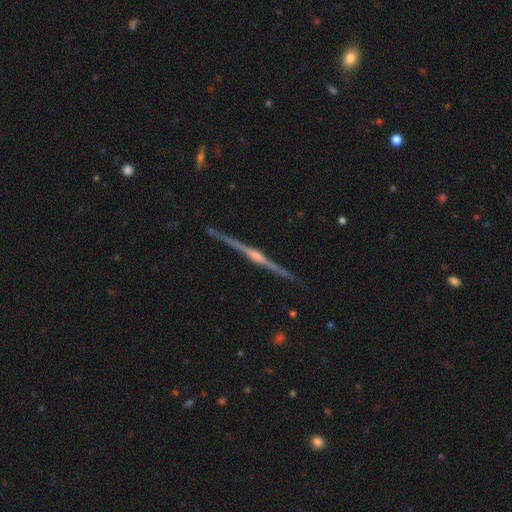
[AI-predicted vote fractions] Smooth or featured? Predicted: featured or disk (p=0.89). Edge-on disk? Predicted: yes (p=0.99). Edge-on bulge? Predicted: rounded (p=0.88). Merging? Predicted: none (p=0.91).